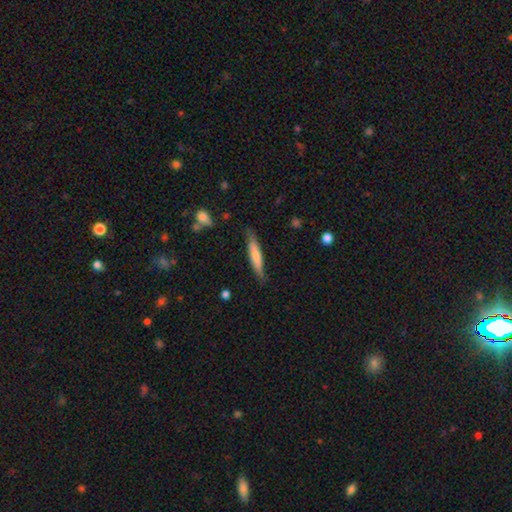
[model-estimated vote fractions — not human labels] A smooth galaxy with no disk features (66%) that is cigar-shaped (90%). Merging: none (81%).